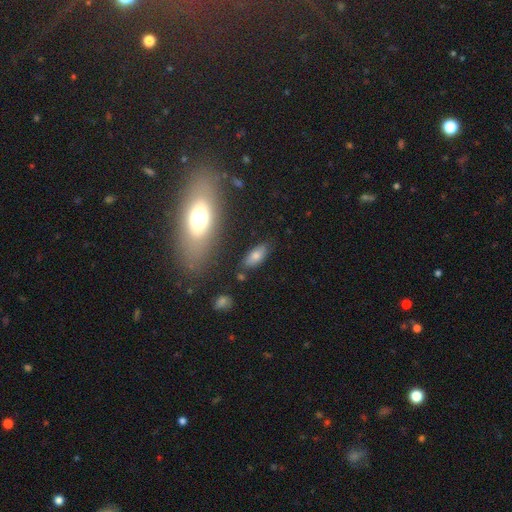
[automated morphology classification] Smooth or featured? Predicted: smooth (p=0.70). How rounded? Predicted: in between (p=0.79). Merging? Predicted: none (p=0.81).